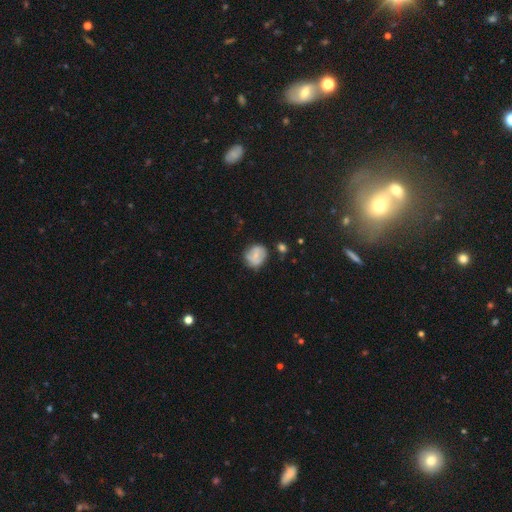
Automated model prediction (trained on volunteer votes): A smooth galaxy with no disk features (52%) that is round (67%). Merging: none (59%).